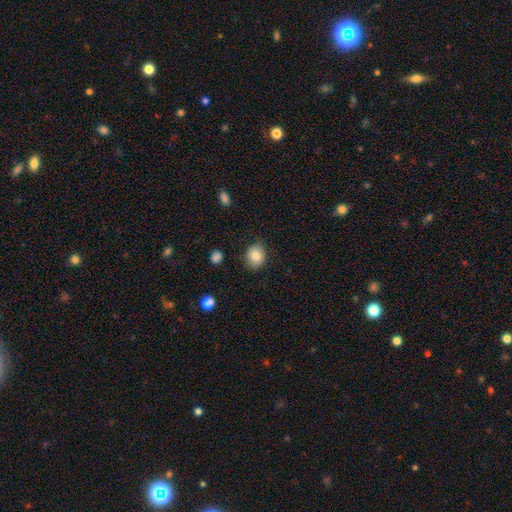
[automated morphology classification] This is clearly a smooth galaxy (81%). How rounded: likely round (62%). Merging: clearly none (83%).